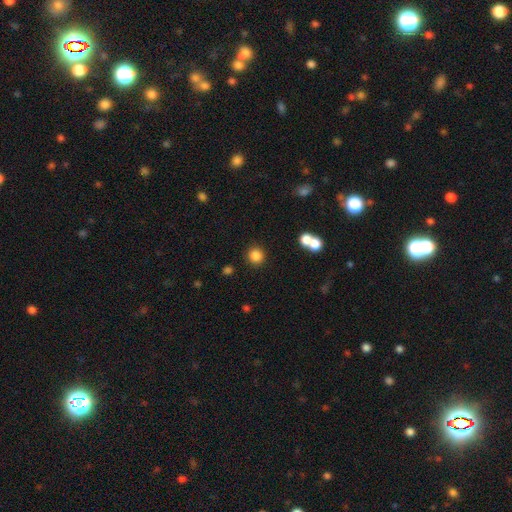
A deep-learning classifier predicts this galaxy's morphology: type=smooth (84%); roundness=round (92%); merging=none (85%).